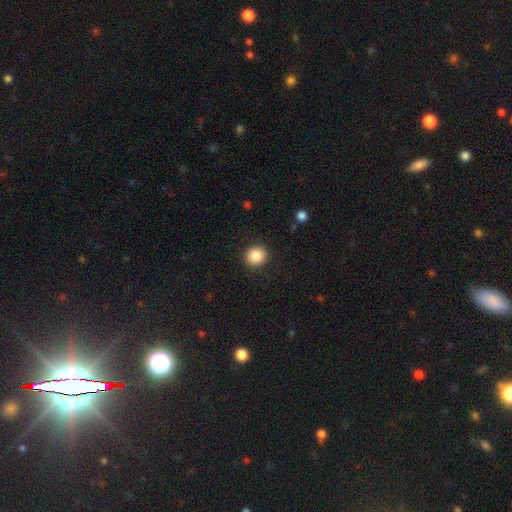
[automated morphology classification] smooth-or-featured: smooth: 86% | star or artifact: 9% | featured or disk: 5%
  how-rounded: round: 86% | in between: 13% | cigar-shaped: 1%
  merging: none: 90% | minor disturbance: 7% | major disturbance: 2% | merger: 1%